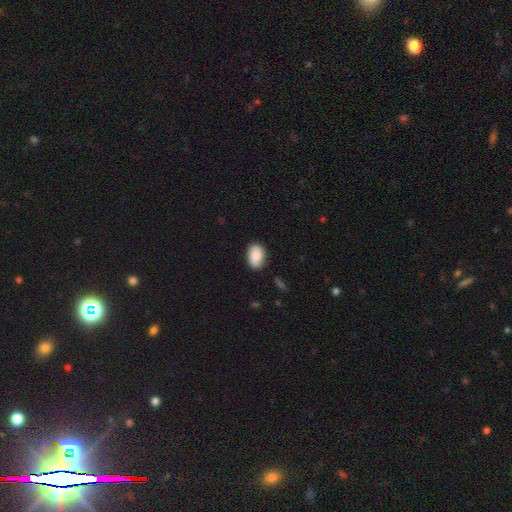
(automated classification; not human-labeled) Smooth or featured? Predicted: smooth (p=0.86). How rounded? Predicted: in between (p=0.87). Merging? Predicted: none (p=0.84).